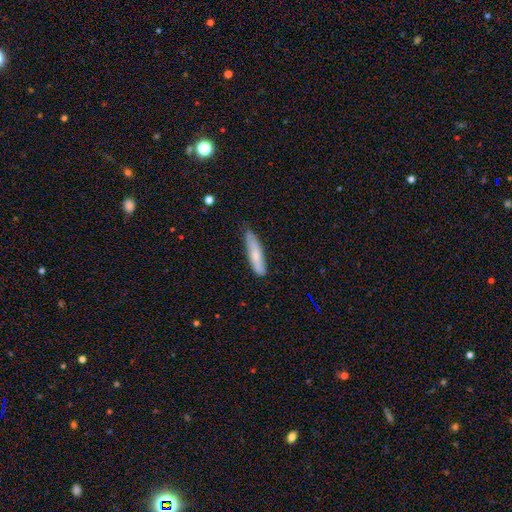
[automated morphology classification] A smooth galaxy with no disk features (70%) that is cigar-shaped (78%). Merging: none (73%).